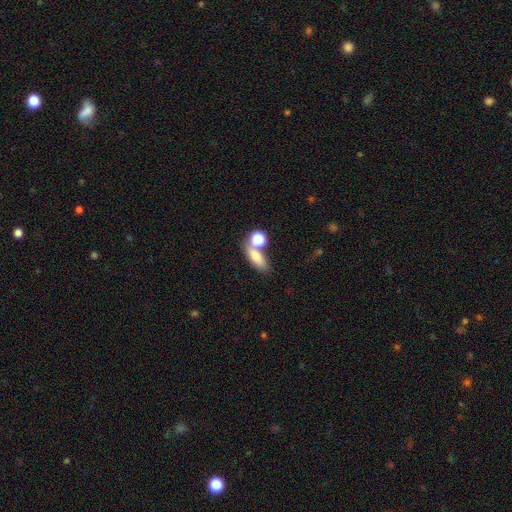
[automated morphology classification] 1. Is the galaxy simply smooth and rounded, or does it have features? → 76% smooth, 13% featured or disk, 11% star or artifact.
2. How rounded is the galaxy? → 68% in between, 19% cigar-shaped, 14% round.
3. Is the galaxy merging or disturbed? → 47% none, 34% merger, 12% minor disturbance, 7% major disturbance.